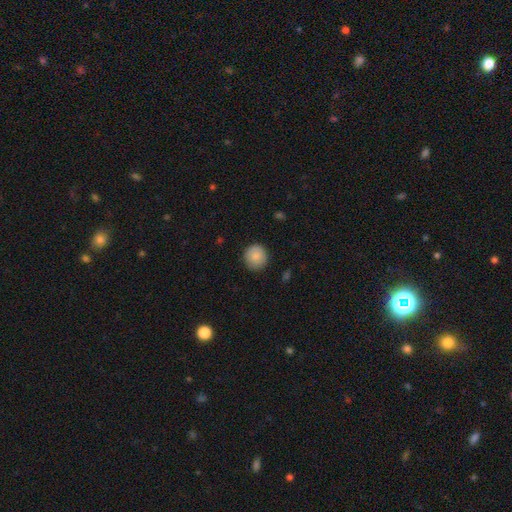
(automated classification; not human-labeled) smooth_or_featured: smooth (p=0.86) [alt: star or artifact p=0.08]
how_rounded: round (p=0.91) [alt: in between p=0.08]
merging: none (p=0.86) [alt: minor disturbance p=0.11]